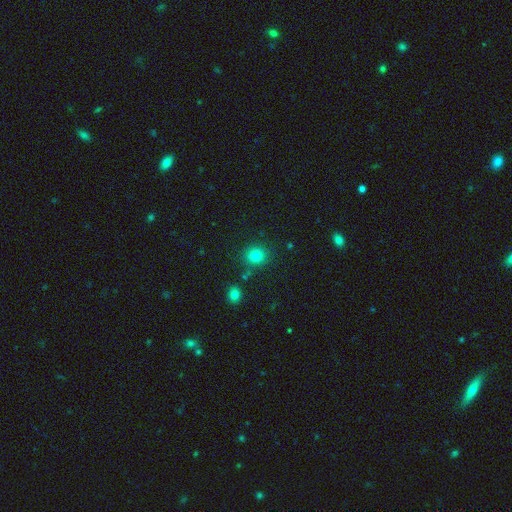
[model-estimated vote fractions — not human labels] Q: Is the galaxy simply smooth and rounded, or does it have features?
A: smooth — 80%.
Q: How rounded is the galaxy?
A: round — 86%.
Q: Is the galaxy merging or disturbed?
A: none — 84%.